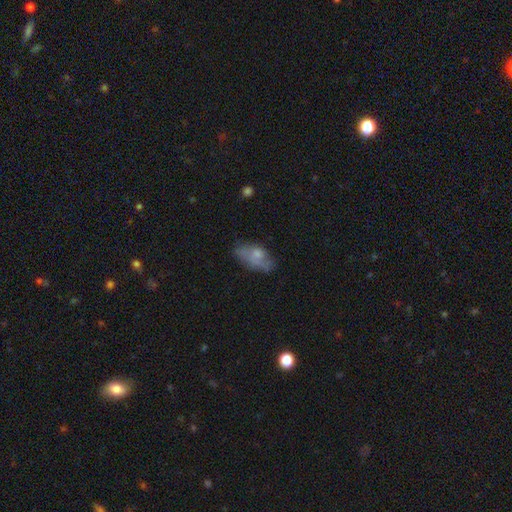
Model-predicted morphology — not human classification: The model was most divided on "merging": none: 49%, minor disturbance: 31%, major disturbance: 17%, merger: 4%. More confident: how rounded — in between (90%); smooth or featured — smooth (59%).